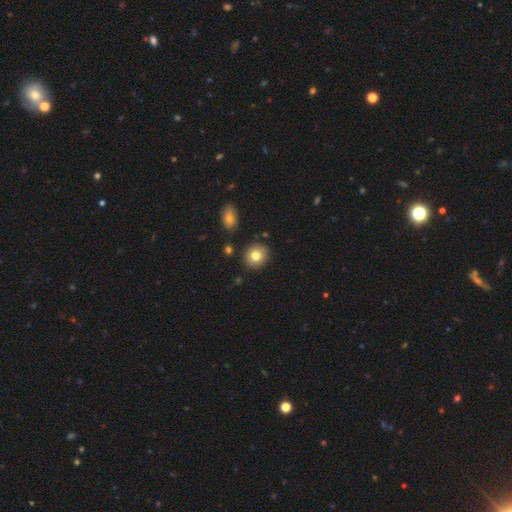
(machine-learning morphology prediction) Overall: smooth (80%). How rounded: round (83%). Merging: none (87%).